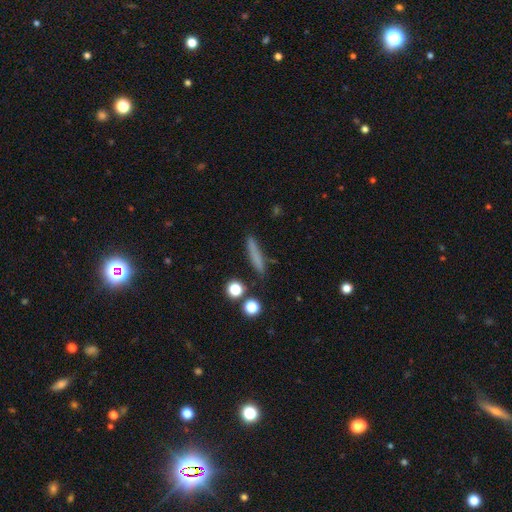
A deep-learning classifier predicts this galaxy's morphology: A smooth galaxy with no disk features (72%) that is cigar-shaped (90%). Merging: none (81%).